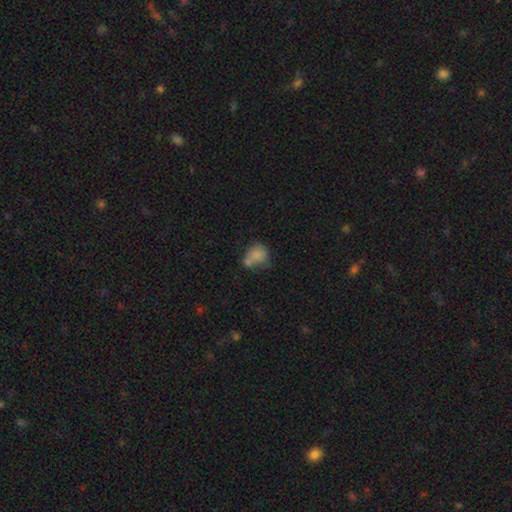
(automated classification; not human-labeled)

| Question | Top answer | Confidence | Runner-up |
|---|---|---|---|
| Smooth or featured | smooth | 75% | featured or disk (15%) |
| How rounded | round | 60% | in between (39%) |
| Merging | merger | 38% | none (33%) |